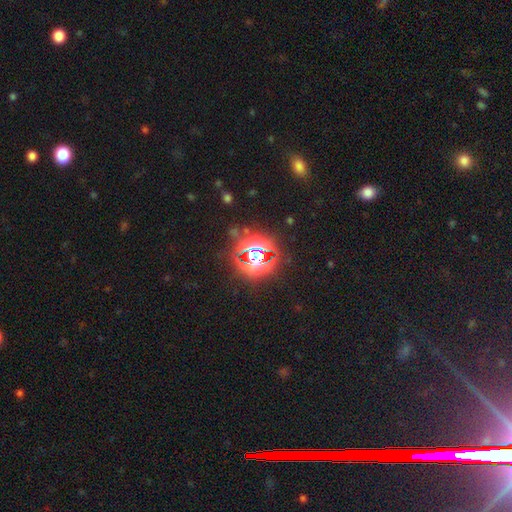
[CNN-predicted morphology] Smooth or featured? star or artifact (75%)